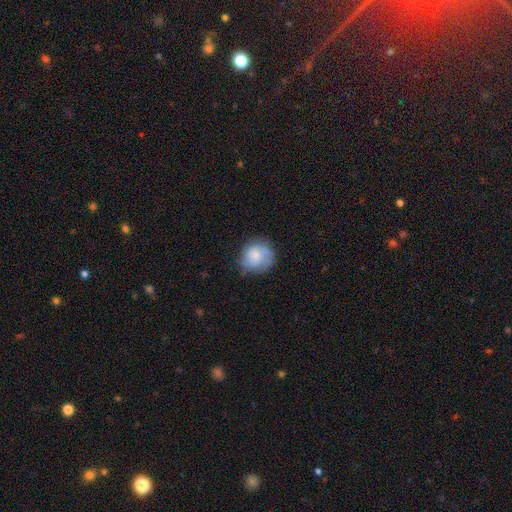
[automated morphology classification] type=smooth (69%); roundness=round (84%); merging=none (64%).